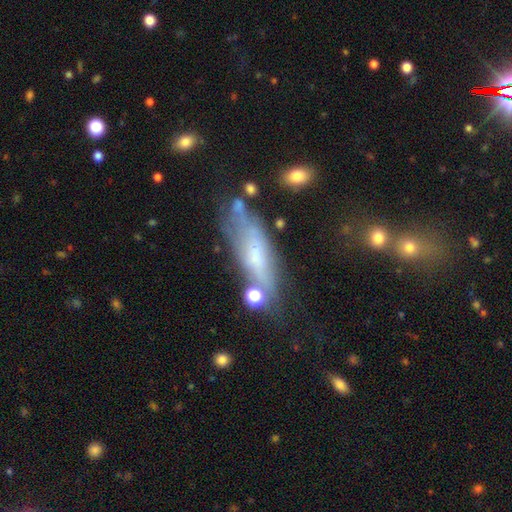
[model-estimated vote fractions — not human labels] A smooth galaxy with no disk features (47%). Merging: none (51%).